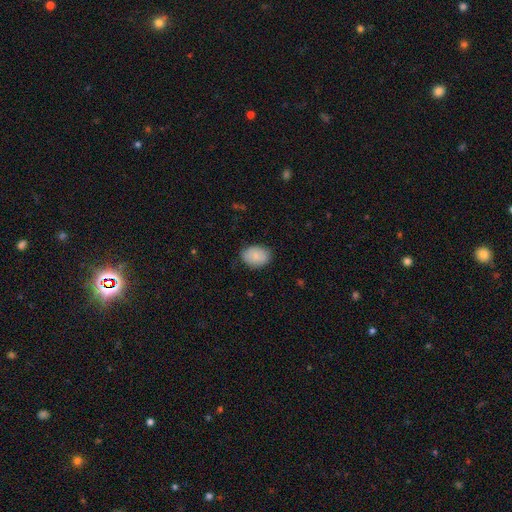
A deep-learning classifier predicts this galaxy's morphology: A smooth galaxy with no disk features (83%) that is in between round and cigar-shaped (68%).

Vote fractions:
- Smooth or featured? smooth: 83% / featured or disk: 10% / star or artifact: 7%
- How rounded? in between: 68% / round: 31% / cigar-shaped: 1%
- Merging? none: 80% / minor disturbance: 16% / major disturbance: 3% / merger: 1%